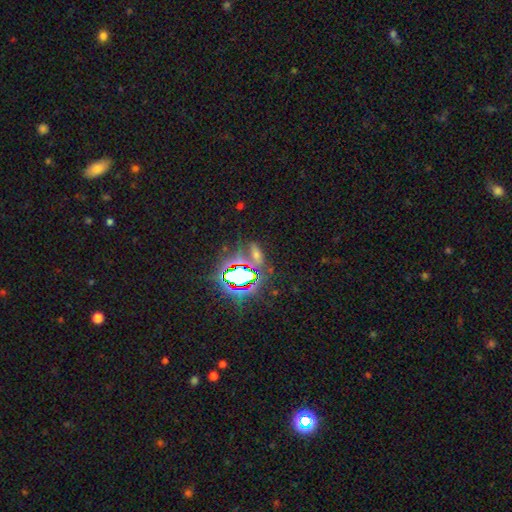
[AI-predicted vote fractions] The model was most divided on "smooth or featured": star or artifact: 57%, smooth: 28%, featured or disk: 15%.